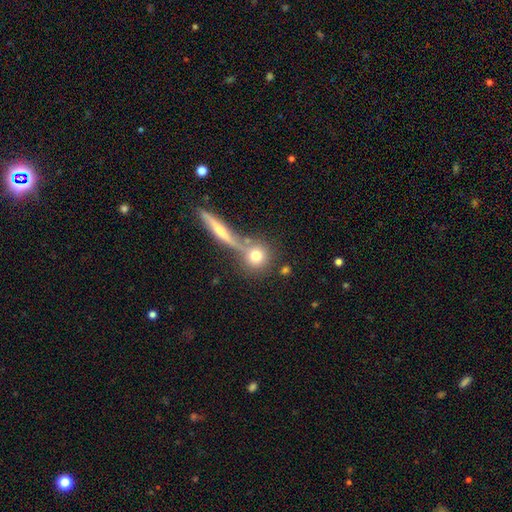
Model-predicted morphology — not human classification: smooth_or_featured: smooth (p=0.73) [alt: featured or disk p=0.17]
how_rounded: round (p=0.86) [alt: in between p=0.09]
merging: none (p=0.62) [alt: merger p=0.24]